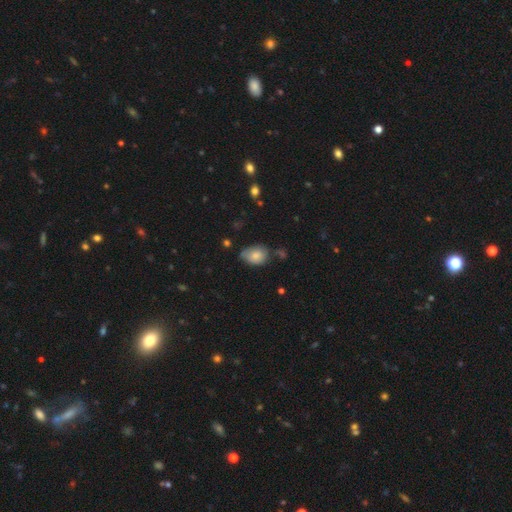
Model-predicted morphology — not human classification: Smooth or featured? Predicted: smooth (p=0.81). How rounded? Predicted: in between (p=0.75). Merging? Predicted: none (p=0.48).